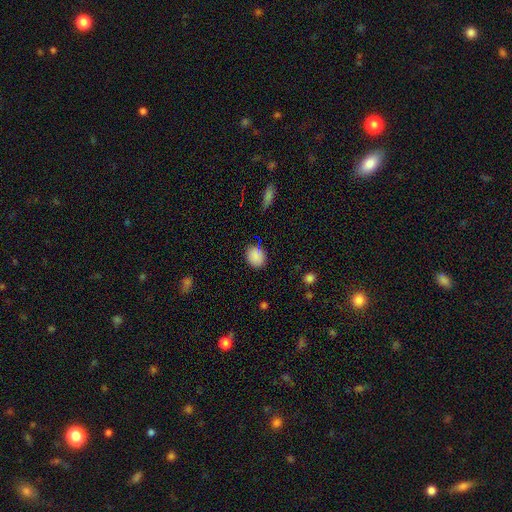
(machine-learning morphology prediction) A smooth galaxy with no disk features (86%) that is round (55%).

Vote fractions:
- Smooth or featured? smooth: 86% / star or artifact: 10% / featured or disk: 4%
- How rounded? round: 55% / in between: 44% / cigar-shaped: 1%
- Merging? none: 80% / minor disturbance: 14% / major disturbance: 3% / merger: 2%